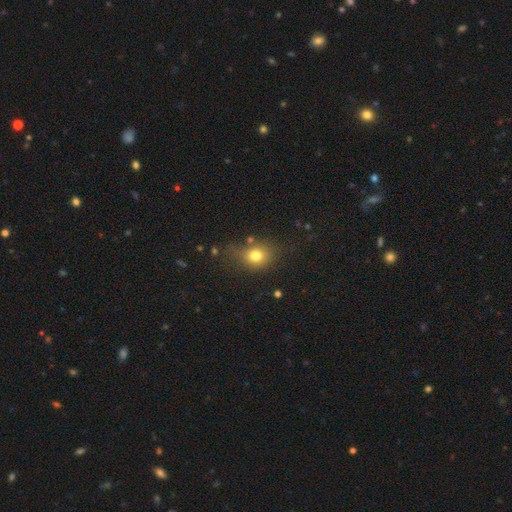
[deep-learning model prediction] Smooth or featured? Predicted: smooth (p=0.76). How rounded? Predicted: round (p=0.60). Merging? Predicted: none (p=0.62).